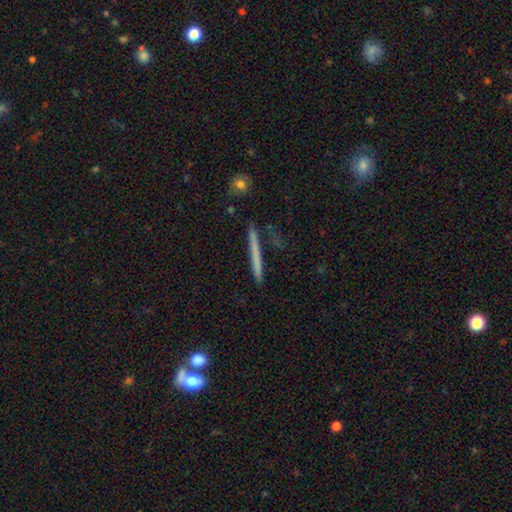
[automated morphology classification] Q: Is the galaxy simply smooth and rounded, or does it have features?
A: smooth — 51%.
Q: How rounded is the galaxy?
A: cigar-shaped — 96%.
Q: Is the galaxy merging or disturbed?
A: none — 91%.